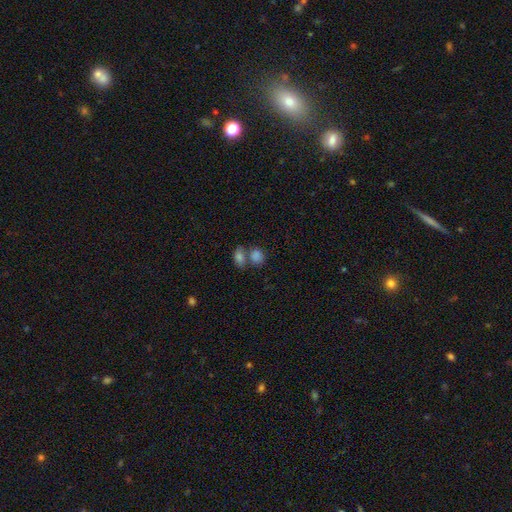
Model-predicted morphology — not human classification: smooth 79%, star or artifact 12%, featured or disk 9%. Down the decision tree: how rounded — in between (52%); merging — merger (48%).